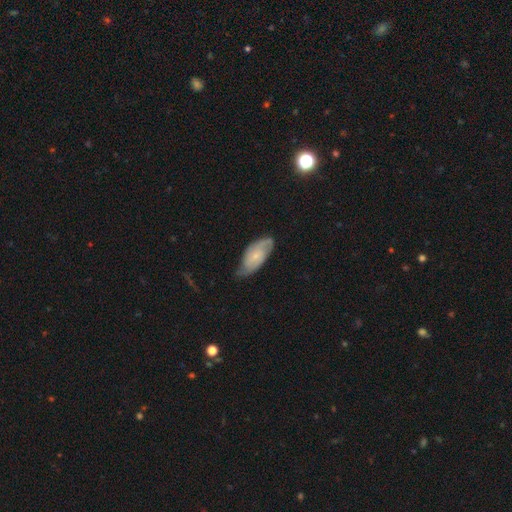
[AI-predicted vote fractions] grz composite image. It shows a featured or disk galaxy (60%) with no bar (68%), spiral arms (88%) and a small central bulge (71%). Merging: none (61%).